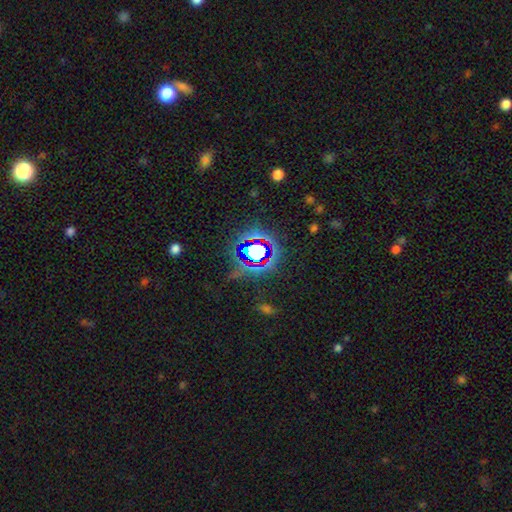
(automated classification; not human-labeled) Smooth or featured?
  - star or artifact: 74% *
  - smooth: 16%
  - featured or disk: 10%